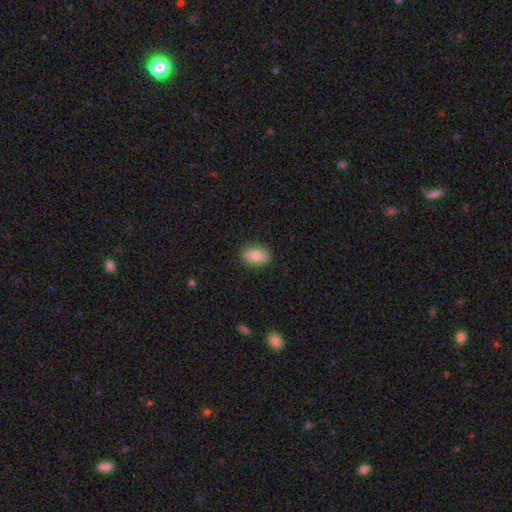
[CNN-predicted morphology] Overall: smooth (80%). How rounded: in between (77%). Merging: none (86%).